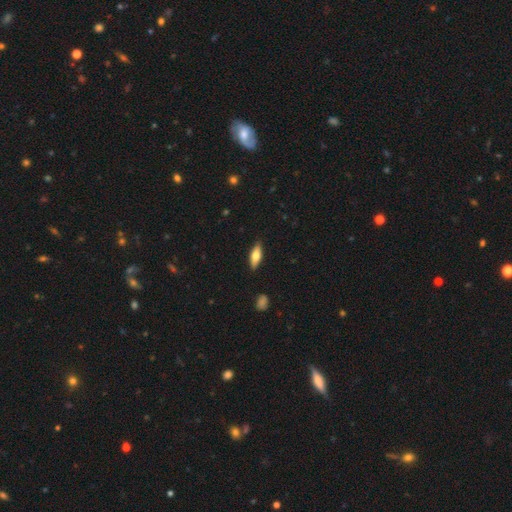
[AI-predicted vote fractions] Overall: smooth (67%). How rounded: in between (63%; cigar-shaped 35%). Merging: none (87%).